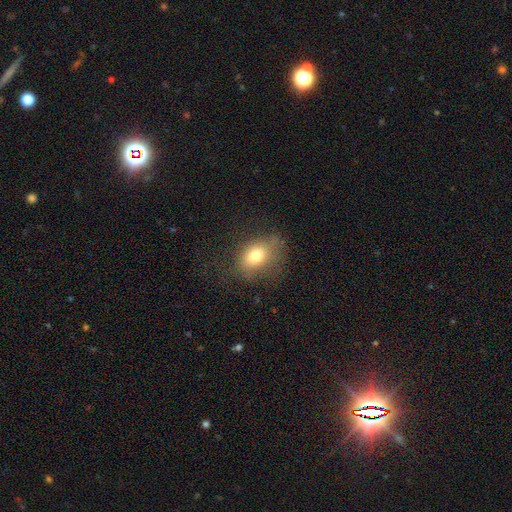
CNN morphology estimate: Smooth or featured: smooth — 74% (featured or disk — 15%)
How rounded: in between — 71% (round — 27%)
Merging: none — 59% (minor disturbance — 25%)